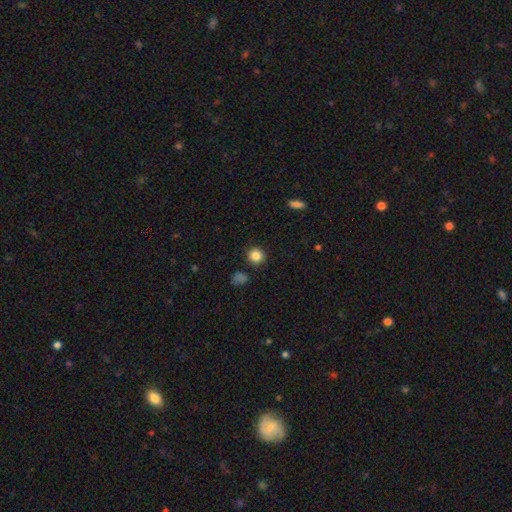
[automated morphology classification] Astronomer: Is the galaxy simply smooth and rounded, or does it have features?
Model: smooth — 85%.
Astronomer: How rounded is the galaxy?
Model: round — 92%.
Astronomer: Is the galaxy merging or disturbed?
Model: none — 88%.